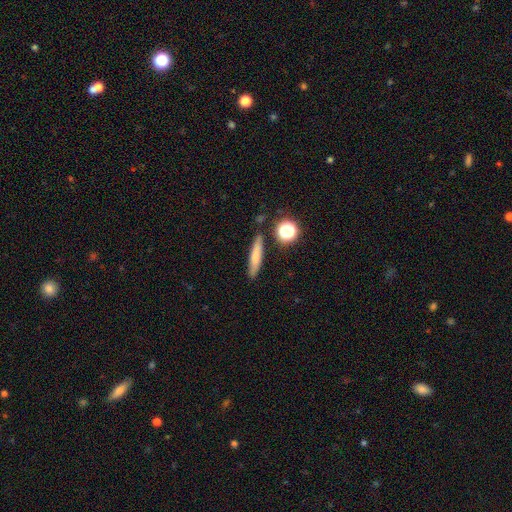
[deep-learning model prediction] The model was most divided on "smooth or featured": smooth: 70%, featured or disk: 20%, star or artifact: 10%. More confident: how rounded — cigar-shaped (84%); merging — none (83%).